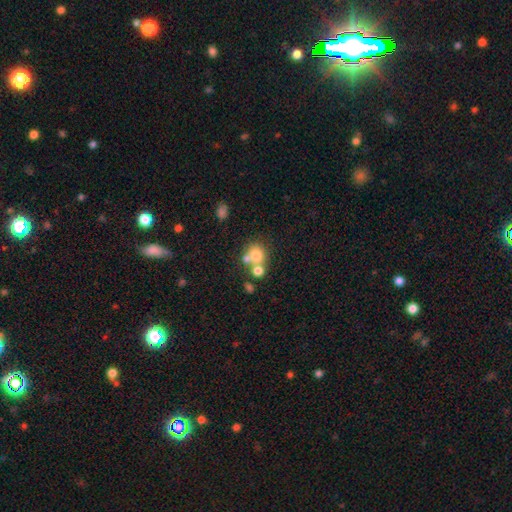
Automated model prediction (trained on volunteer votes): smooth-or-featured: smooth: 72% | featured or disk: 15% | star or artifact: 13%
  how-rounded: round: 80% | in between: 19% | cigar-shaped: 1%
  merging: none: 46% | merger: 40% | minor disturbance: 9% | major disturbance: 5%